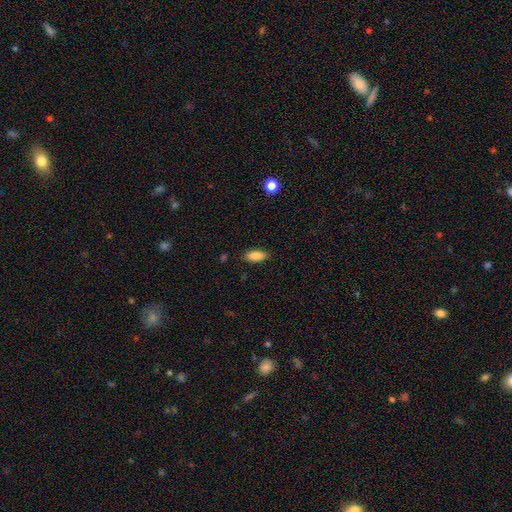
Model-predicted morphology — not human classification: smooth 86%, star or artifact 8%, featured or disk 7%. Down the decision tree: how rounded — in between (83%); merging — none (85%).